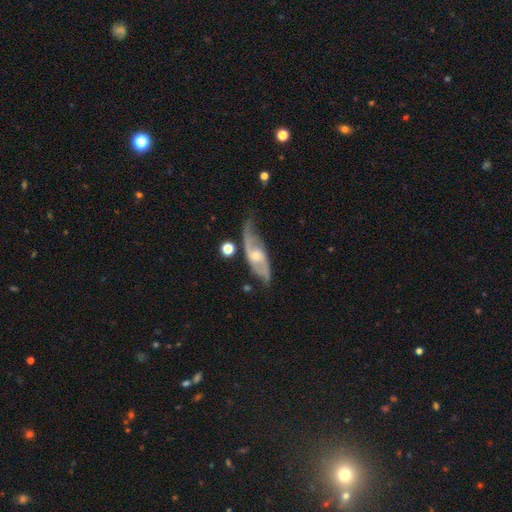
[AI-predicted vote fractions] This appears to be a featured or disk galaxy (77%) with no bar (58%), 2 (76%) loose (42%) spiral arms (89%) and a small central bulge (49%). Merging: none (54%).